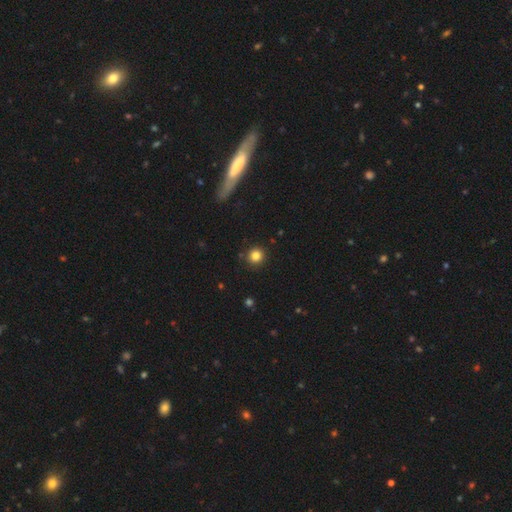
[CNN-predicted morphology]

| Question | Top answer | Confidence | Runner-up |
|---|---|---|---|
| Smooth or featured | smooth | 84% | star or artifact (11%) |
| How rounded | round | 94% | in between (5%) |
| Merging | none | 90% | minor disturbance (6%) |